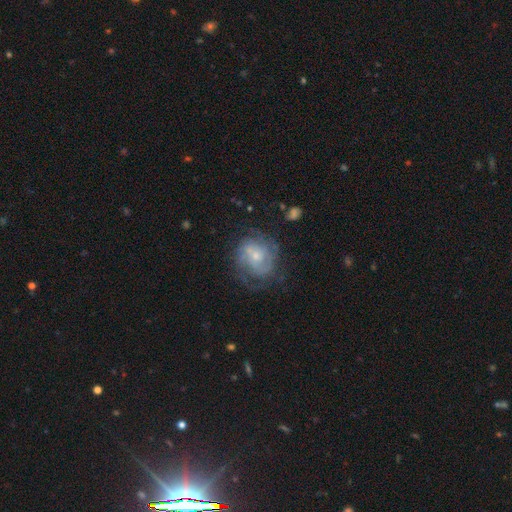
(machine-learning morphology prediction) This appears to be a featured or disk galaxy (70%) with no bar (67%), tight (53%) spiral arms (81%) and a small central bulge (60%). Merging: none (58%).